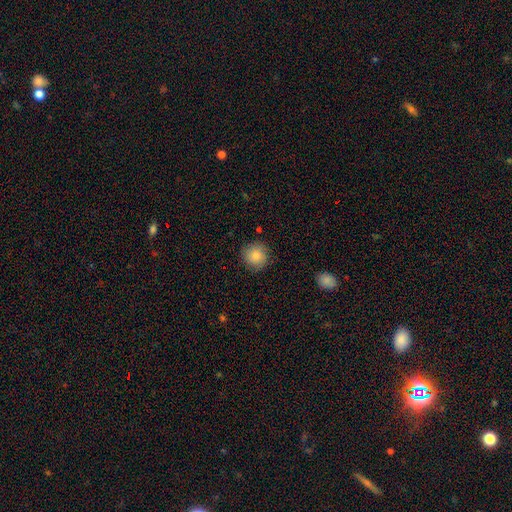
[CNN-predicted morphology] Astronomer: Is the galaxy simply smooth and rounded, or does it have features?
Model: smooth — 83%.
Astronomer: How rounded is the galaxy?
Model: round — 93%.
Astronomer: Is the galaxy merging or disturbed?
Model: none — 86%.